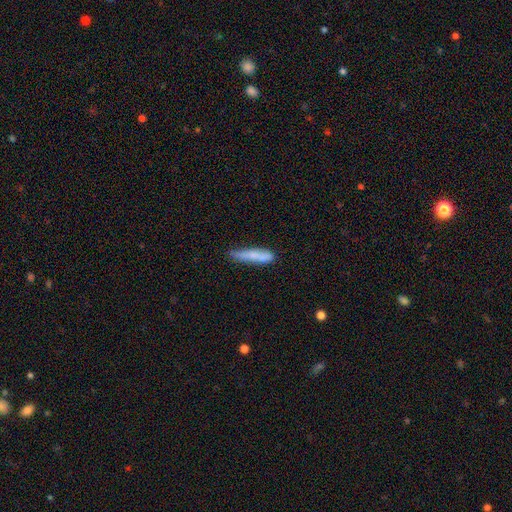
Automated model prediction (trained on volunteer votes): smooth-or-featured: smooth: 71% | featured or disk: 22% | star or artifact: 7%
  how-rounded: cigar-shaped: 87% | in between: 11% | round: 2%
  merging: none: 62% | minor disturbance: 27% | major disturbance: 6% | merger: 5%